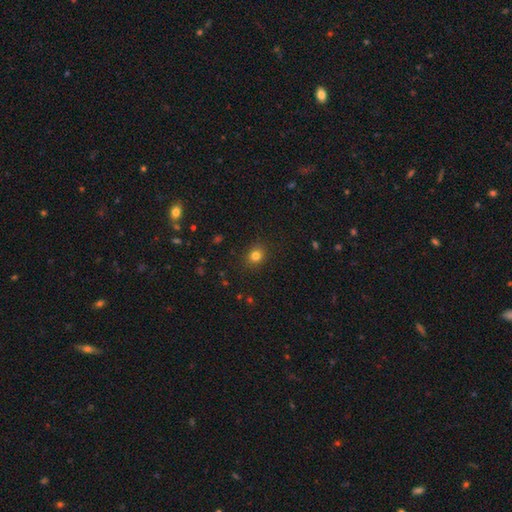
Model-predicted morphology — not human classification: A smooth galaxy with no disk features (80%) that is round (75%).

Vote fractions:
- Smooth or featured? smooth: 80% / star or artifact: 14% / featured or disk: 6%
- How rounded? round: 75% / in between: 24% / cigar-shaped: 1%
- Merging? none: 89% / minor disturbance: 8% / major disturbance: 2% / merger: 1%